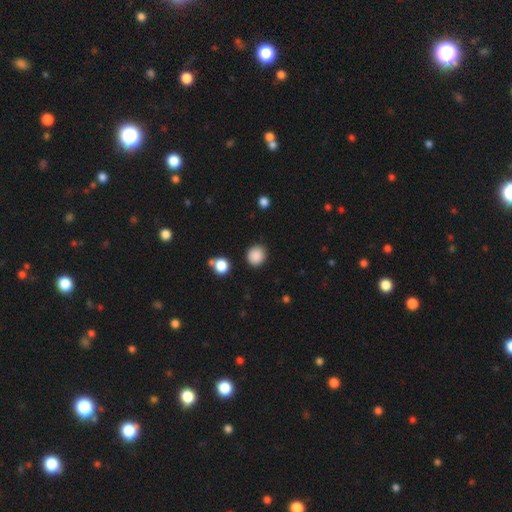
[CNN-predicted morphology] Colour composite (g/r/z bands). It shows a smooth galaxy with no disk features (87%) that is round (87%). Merging: none (87%).